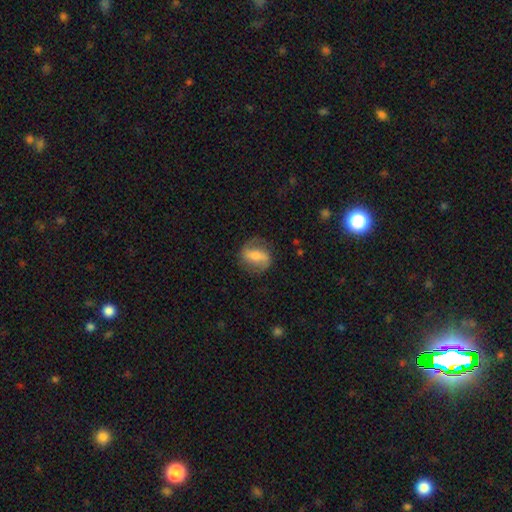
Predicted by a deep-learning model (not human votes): Morphology: type=featured or disk (61%); edge-on=no (94%); bar=strong (47%); spiral arms=yes (83%); bulge=moderate (45%); merging=none (76%).